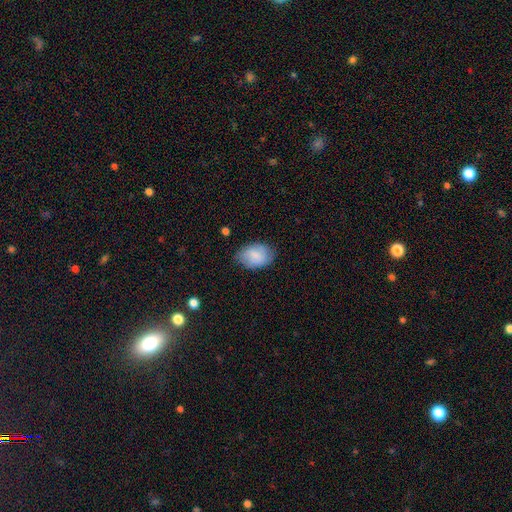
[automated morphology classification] smooth 80%, featured or disk 13%, star or artifact 7%. Down the decision tree: how rounded — in between (84%); merging — none (74%).